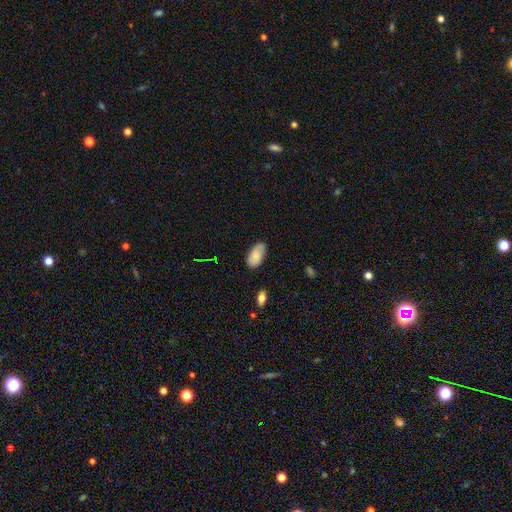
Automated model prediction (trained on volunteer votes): The model was most divided on "smooth or featured": smooth: 71%, featured or disk: 22%, star or artifact: 7%. More confident: how rounded — in between (94%); merging — none (77%).